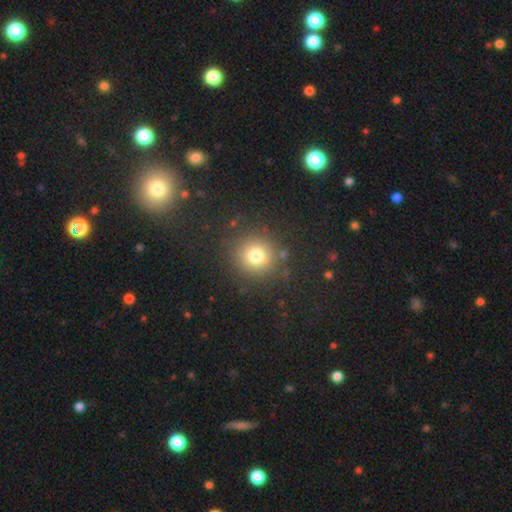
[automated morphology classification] Overall: smooth (76%). How rounded: round (91%). Merging: none (85%).